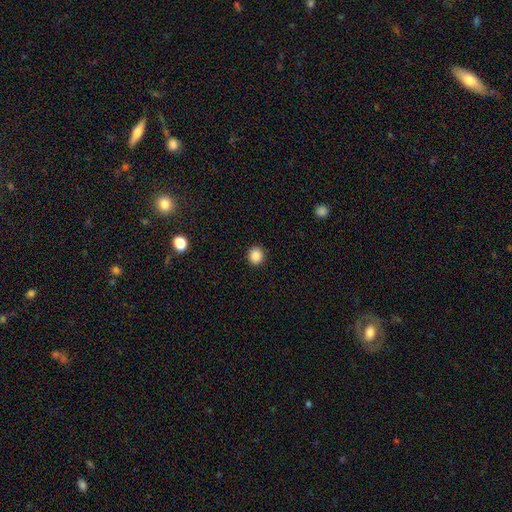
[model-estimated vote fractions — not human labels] Morphology: type=smooth (87%); roundness=round (87%); merging=none (92%).